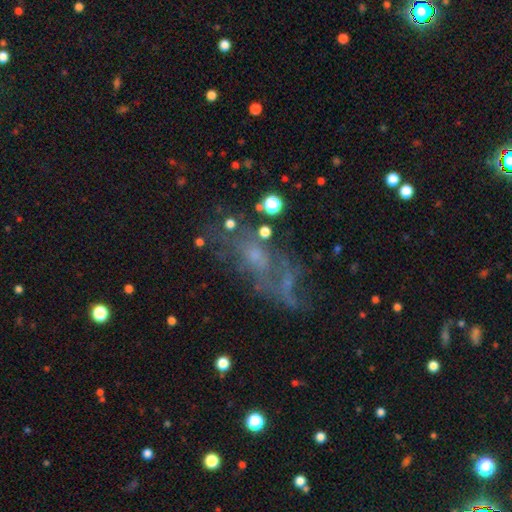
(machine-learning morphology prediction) A featured or disk galaxy (54%).

Vote fractions:
- Smooth or featured? featured or disk: 54% / smooth: 26% / star or artifact: 20%
- Edge-on disk? no: 89% / yes: 11%
- Merging? none: 44% / major disturbance: 27% / minor disturbance: 20% / merger: 9%